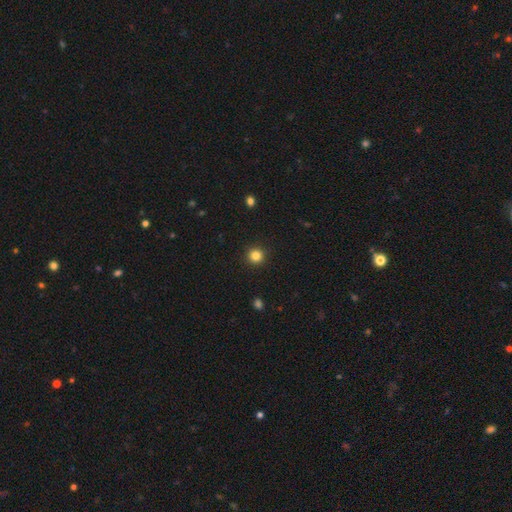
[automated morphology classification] Smooth or featured? Predicted: smooth (p=0.84). How rounded? Predicted: round (p=0.95). Merging? Predicted: none (p=0.93).